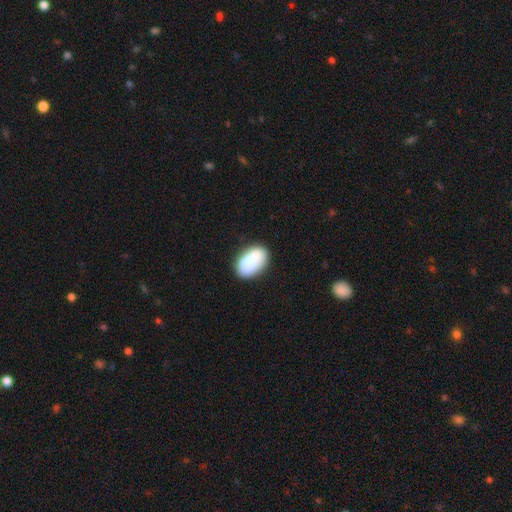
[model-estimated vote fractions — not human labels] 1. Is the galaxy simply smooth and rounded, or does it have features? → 76% smooth, 16% featured or disk, 7% star or artifact.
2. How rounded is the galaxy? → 89% in between, 10% round, 1% cigar-shaped.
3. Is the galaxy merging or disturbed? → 53% none, 21% merger, 20% minor disturbance, 6% major disturbance.